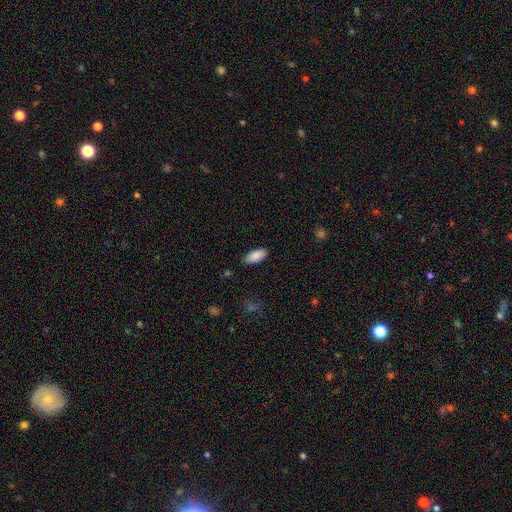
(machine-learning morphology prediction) This appears to be a smooth galaxy with no disk features (89%) that is in between round and cigar-shaped (88%). Merging: none (83%).